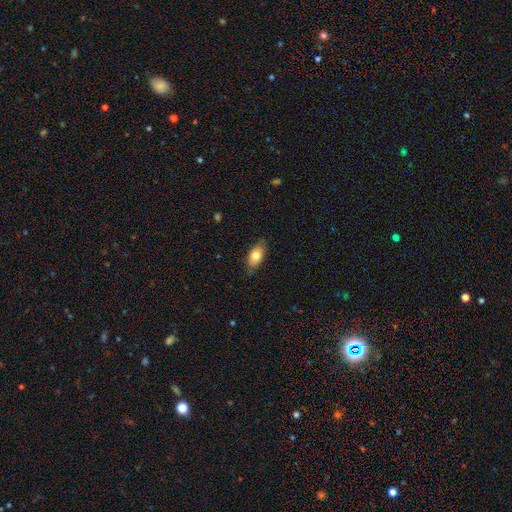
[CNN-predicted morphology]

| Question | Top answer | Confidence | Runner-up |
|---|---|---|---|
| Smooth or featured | smooth | 73% | featured or disk (20%) |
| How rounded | in between | 87% | cigar-shaped (8%) |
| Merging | none | 81% | minor disturbance (16%) |